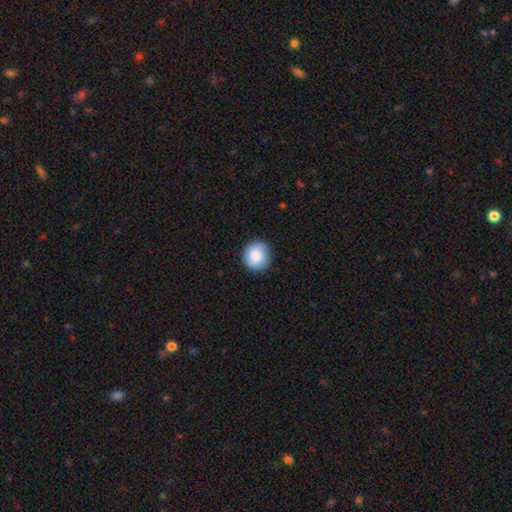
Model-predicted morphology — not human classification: This is clearly a smooth galaxy (87%). How rounded: clearly round (87%). Merging: clearly none (87%).